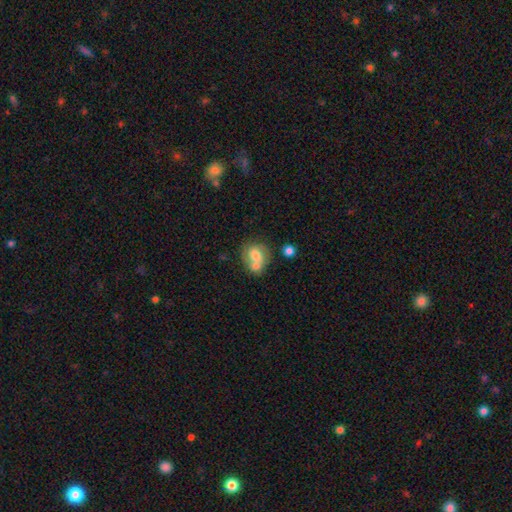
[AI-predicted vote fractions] smooth-or-featured: smooth: 67% | featured or disk: 25% | star or artifact: 8%
  how-rounded: round: 54% | in between: 45% | cigar-shaped: 1%
  merging: merger: 53% | none: 30% | minor disturbance: 12% | major disturbance: 5%